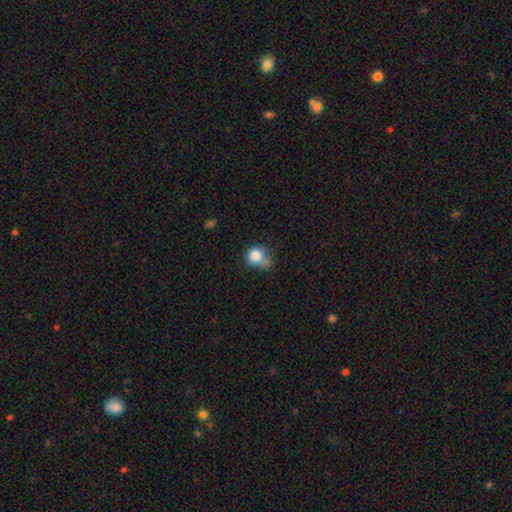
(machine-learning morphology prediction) This is clearly a smooth galaxy (81%). How rounded: clearly round (81%). Merging: marginally none (45%).